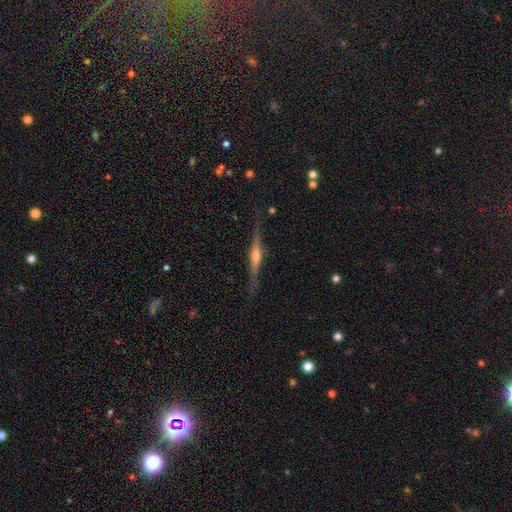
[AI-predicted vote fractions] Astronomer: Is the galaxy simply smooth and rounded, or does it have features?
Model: featured or disk — 80%.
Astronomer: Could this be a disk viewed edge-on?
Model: yes — 98%.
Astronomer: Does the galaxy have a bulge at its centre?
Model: rounded — 83%.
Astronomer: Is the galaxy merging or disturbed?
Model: none — 86%.